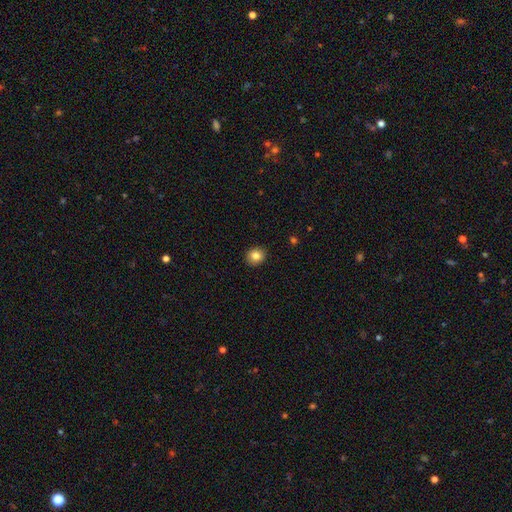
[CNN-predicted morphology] Smooth or featured?
  - smooth: 83% *
  - star or artifact: 10%
  - featured or disk: 7%
How rounded?
  - round: 81% *
  - in between: 18%
  - cigar-shaped: 1%
Merging?
  - none: 91% *
  - minor disturbance: 6%
  - major disturbance: 2%
  - merger: 1%